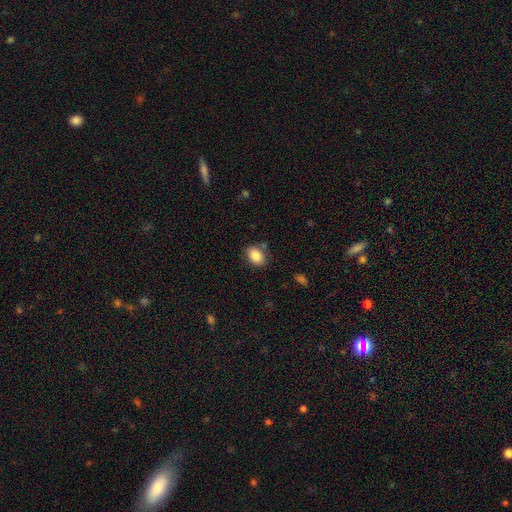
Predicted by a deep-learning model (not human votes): Smooth or featured? smooth (85%)
How rounded? in between (80%)
Merging? none (79%)